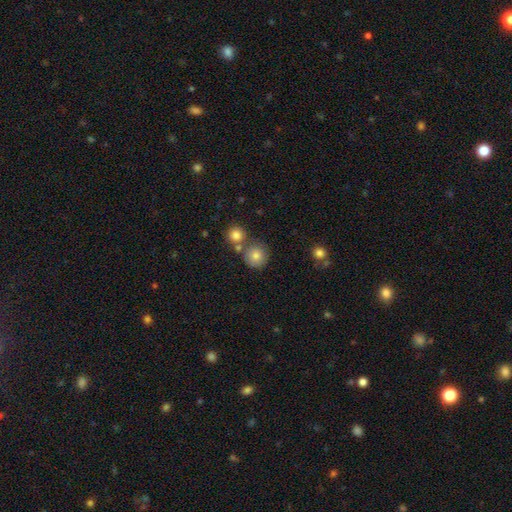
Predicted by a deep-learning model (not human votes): The model was most divided on "merging": none: 68%, merger: 20%, minor disturbance: 9%, major disturbance: 3%. More confident: how rounded — round (93%); smooth or featured — smooth (80%).